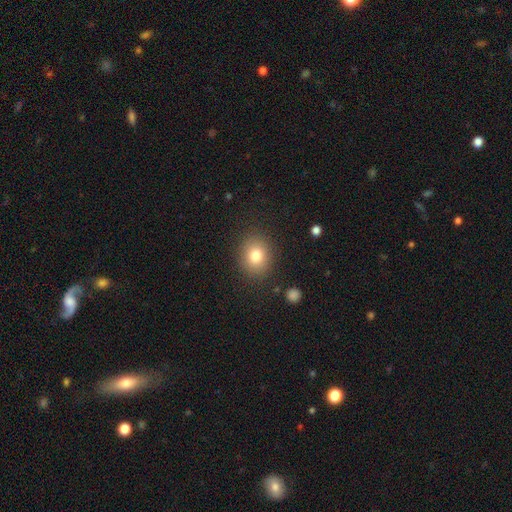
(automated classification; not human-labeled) This appears to be a smooth galaxy with no disk features (80%) that is round (63%). Merging: none (86%).